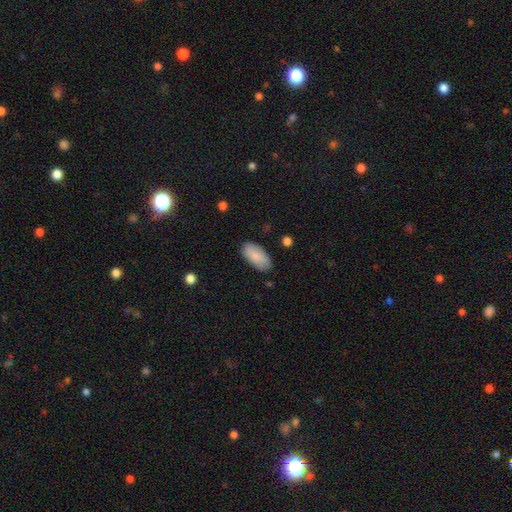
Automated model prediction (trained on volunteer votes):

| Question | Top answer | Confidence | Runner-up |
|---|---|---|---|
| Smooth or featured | smooth | 88% | featured or disk (7%) |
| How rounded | in between | 93% | cigar-shaped (5%) |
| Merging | none | 85% | minor disturbance (12%) |